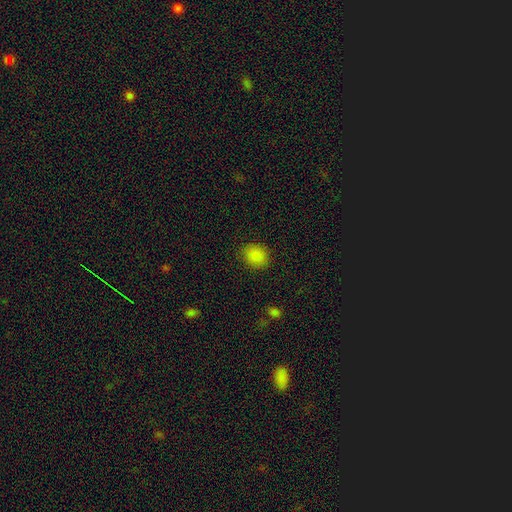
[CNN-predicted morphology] The model was most divided on "how rounded": round: 59%, in between: 40%, cigar-shaped: 1%. More confident: merging — none (86%); smooth or featured — smooth (86%).